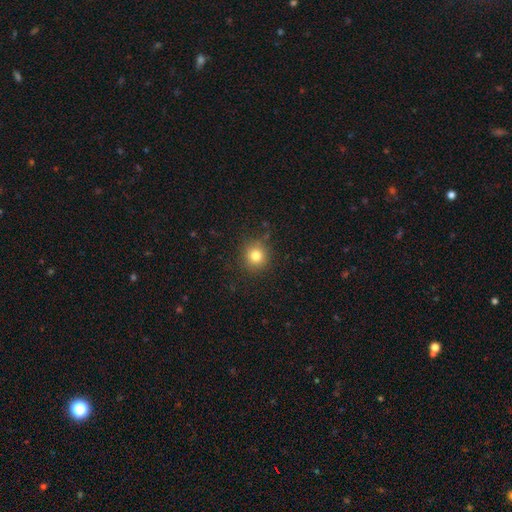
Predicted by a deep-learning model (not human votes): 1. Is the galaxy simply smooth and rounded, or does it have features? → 81% smooth, 13% star or artifact, 7% featured or disk.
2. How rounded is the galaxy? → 90% round, 9% in between, 1% cigar-shaped.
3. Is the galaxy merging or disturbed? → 86% none, 10% minor disturbance, 3% major disturbance, 1% merger.